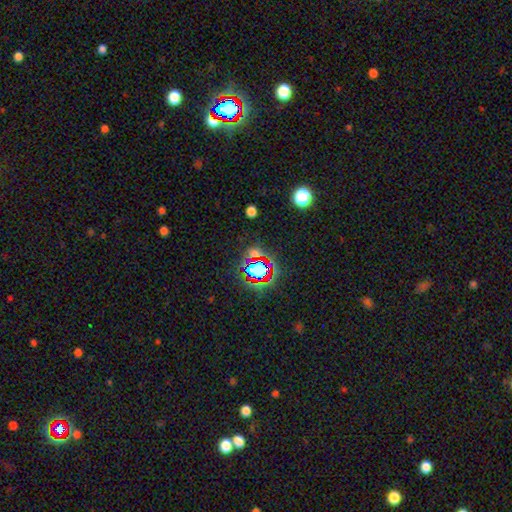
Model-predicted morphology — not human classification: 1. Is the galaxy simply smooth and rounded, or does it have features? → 72% star or artifact, 18% smooth, 10% featured or disk.